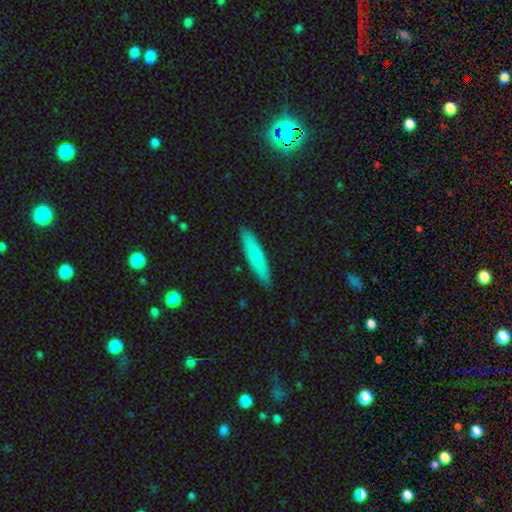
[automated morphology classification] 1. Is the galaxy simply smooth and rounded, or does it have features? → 73% smooth, 22% featured or disk, 5% star or artifact.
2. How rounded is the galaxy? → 83% cigar-shaped, 16% in between, 1% round.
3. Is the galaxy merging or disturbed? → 89% none, 9% minor disturbance, 2% major disturbance, 1% merger.